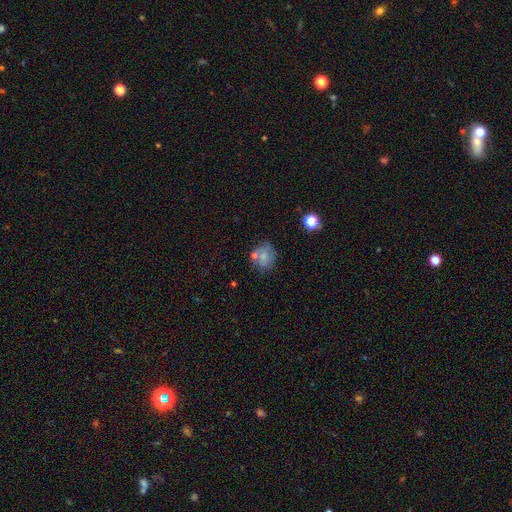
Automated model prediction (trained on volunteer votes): The model was most divided on "smooth or featured": smooth: 59%, featured or disk: 27%, star or artifact: 14%. More confident: how rounded — round (70%); merging — none (59%).